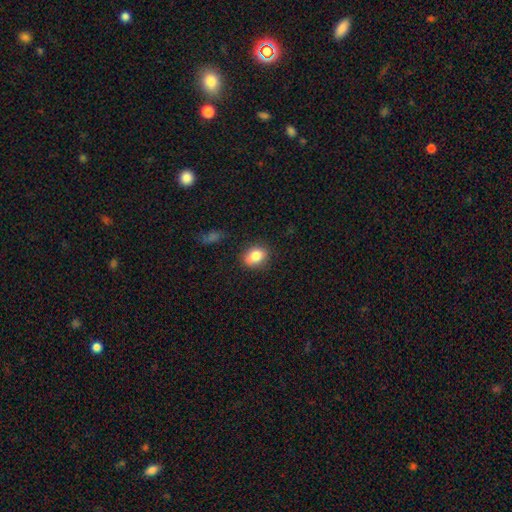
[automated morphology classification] smooth_or_featured: smooth (p=0.83) [alt: star or artifact p=0.09]
how_rounded: in between (p=0.62) [alt: round p=0.37]
merging: none (p=0.79) [alt: minor disturbance p=0.15]